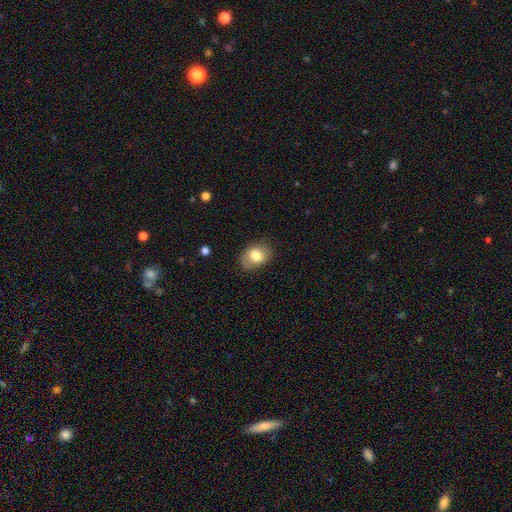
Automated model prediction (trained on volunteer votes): Smooth or featured? smooth (78%)
How rounded? in between (74%)
Merging? none (77%)